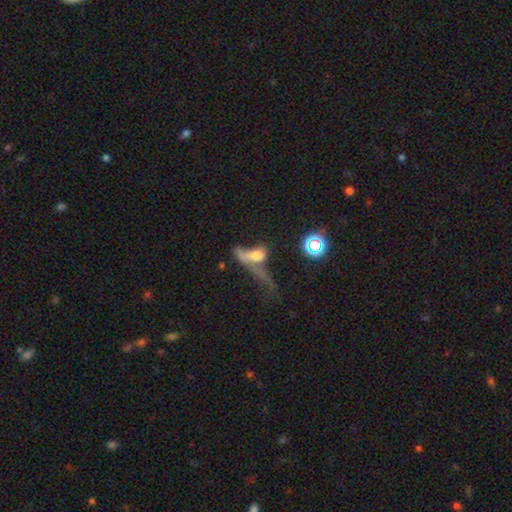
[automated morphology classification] Smooth or featured: smooth — 44% (featured or disk — 39%)
Merging: major disturbance — 50% (merger — 26%)